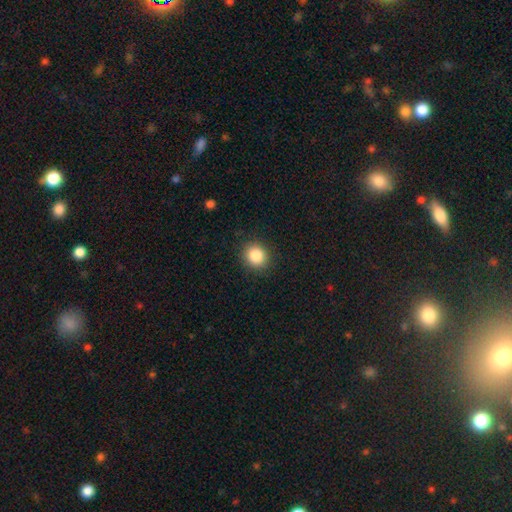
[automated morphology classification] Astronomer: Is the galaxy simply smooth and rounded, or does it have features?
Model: smooth — 85%.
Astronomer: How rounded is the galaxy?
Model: round — 83%.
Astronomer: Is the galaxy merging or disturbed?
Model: none — 90%.